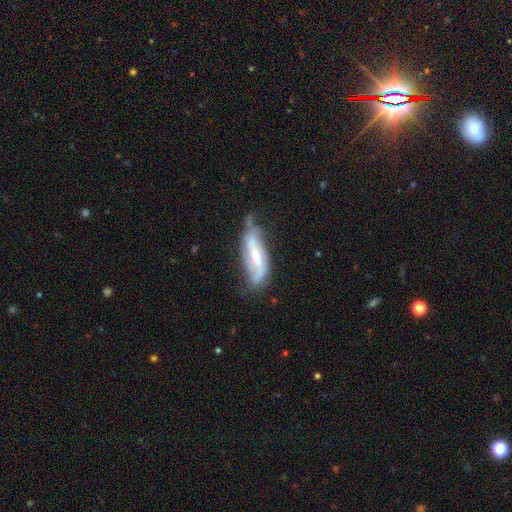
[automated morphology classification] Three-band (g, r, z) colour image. It shows a featured or disk galaxy (76%) with a weak bar (38%), 2 (77%) loose (49%) spiral arms (86%) and a moderate central bulge (52%). Merging: none (55%).